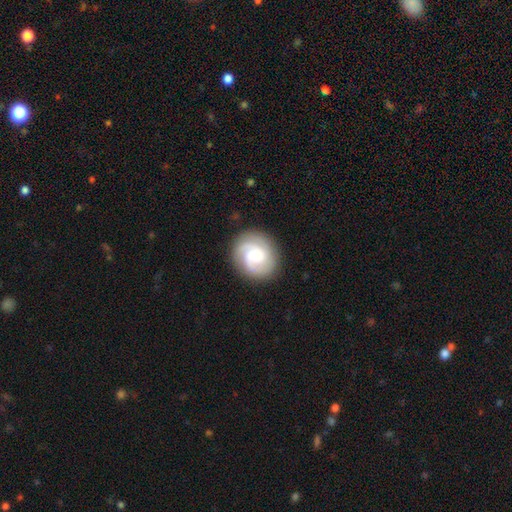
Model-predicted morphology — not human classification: Smooth or featured: featured or disk — 80% (smooth — 15%)
Edge-on disk: no — 98% (yes — 2%)
Bar: no — 67% (weak — 29%)
Spiral arms: yes — 97% (no — 3%)
Spiral winding: tight — 52% (medium — 39%)
Spiral arm count: 3 — 60% (2 — 14%)
Bulge size: moderate — 53% (small — 36%)
Merging: none — 85% (minor disturbance — 10%)